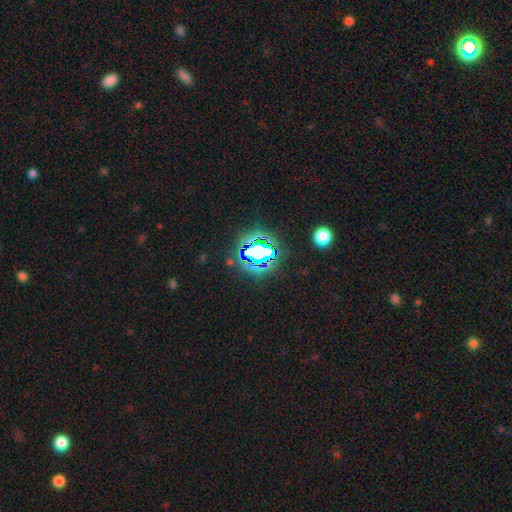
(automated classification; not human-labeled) Smooth or featured: star or artifact — 73% (smooth — 18%)